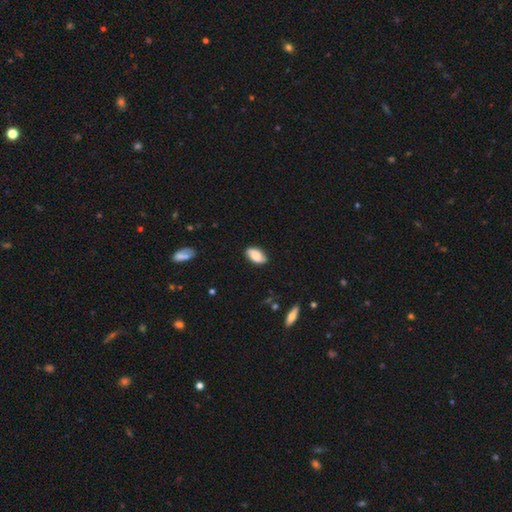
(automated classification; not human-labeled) This appears to be a smooth galaxy with no disk features (74%) that is in between round and cigar-shaped (93%). Merging: none (82%).